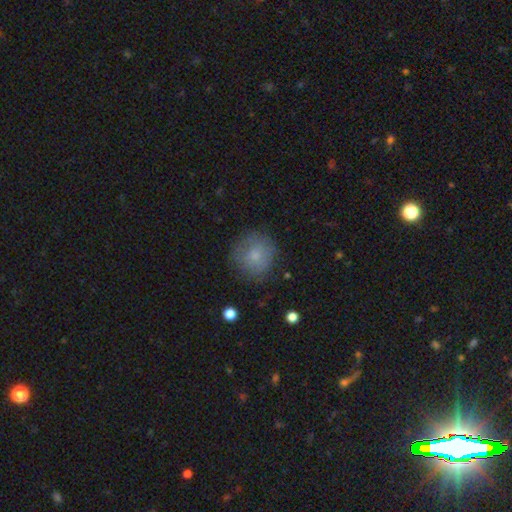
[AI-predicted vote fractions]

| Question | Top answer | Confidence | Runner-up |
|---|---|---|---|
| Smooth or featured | smooth | 75% | featured or disk (16%) |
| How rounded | round | 91% | in between (8%) |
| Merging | none | 77% | minor disturbance (16%) |